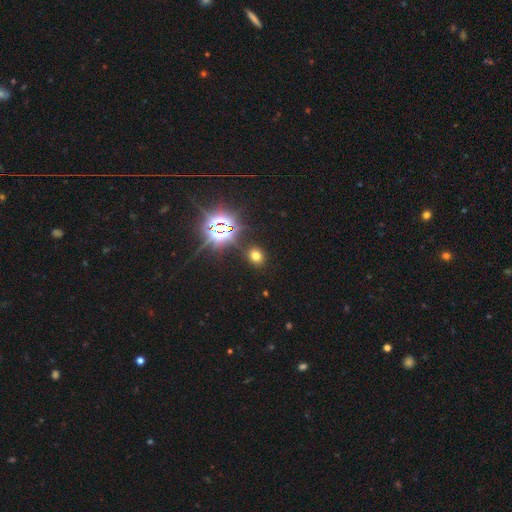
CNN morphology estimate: A smooth galaxy with no disk features (62%) that is round (66%). Merging: none (87%).